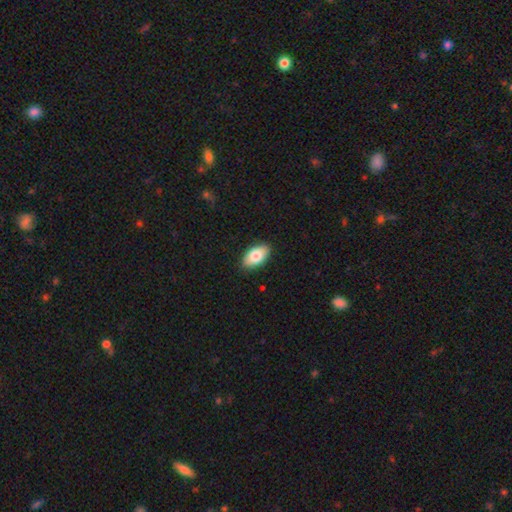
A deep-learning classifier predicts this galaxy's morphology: smooth_or_featured: smooth (p=0.81) [alt: featured or disk p=0.13]
how_rounded: in between (p=0.94) [alt: round p=0.03]
merging: none (p=0.89) [alt: minor disturbance p=0.08]